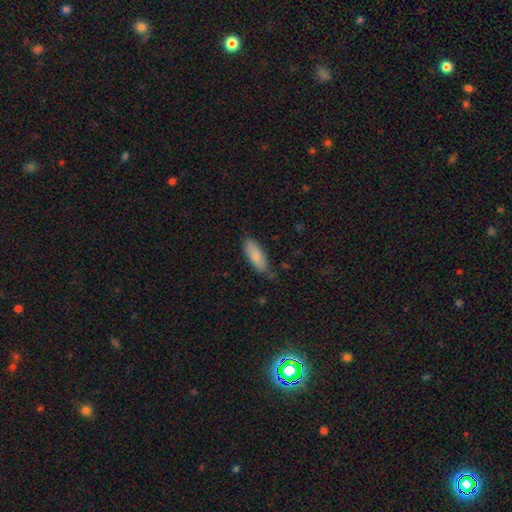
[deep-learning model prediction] Morphology: type=smooth (82%); roundness=in between (71%); merging=none (73%).